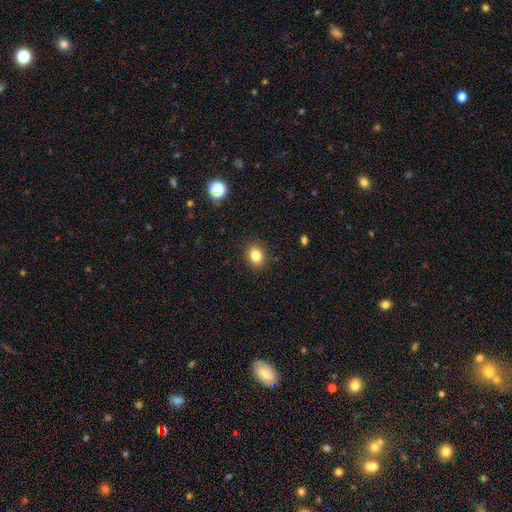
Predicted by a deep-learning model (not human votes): This is clearly a smooth galaxy (82%). How rounded: possibly in between (53%). Merging: clearly none (88%).